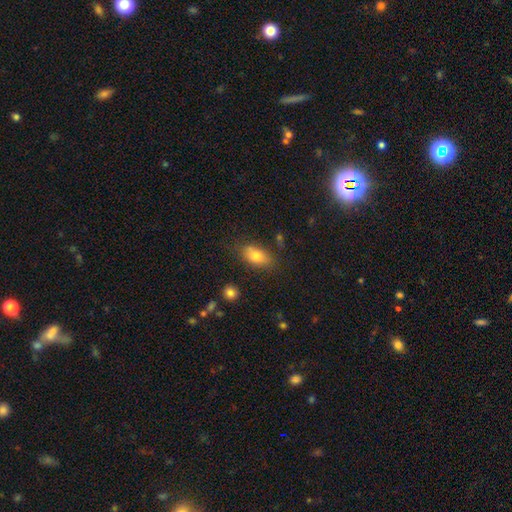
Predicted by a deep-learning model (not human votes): Overall: smooth (82%). How rounded: in between (88%). Merging: none (72%).